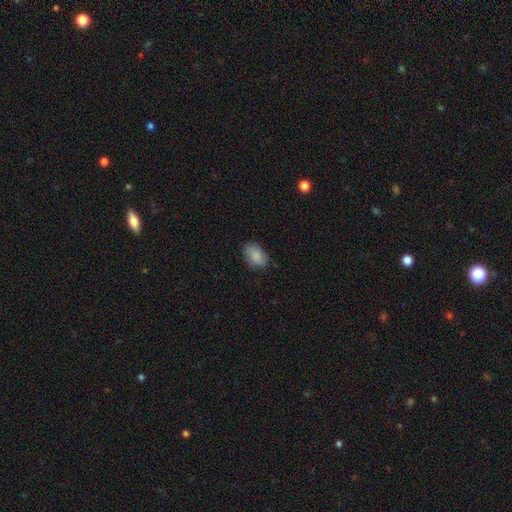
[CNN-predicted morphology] Overall: smooth (86%). How rounded: in between (87%). Merging: none (76%).